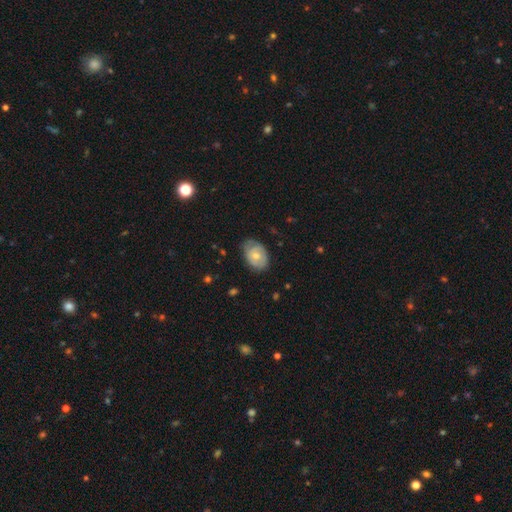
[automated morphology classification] This appears to be a smooth galaxy with no disk features (52%) that is in between round and cigar-shaped (81%). Merging: none (67%).